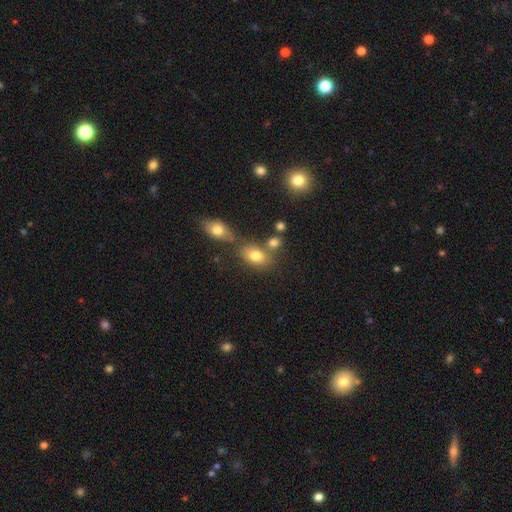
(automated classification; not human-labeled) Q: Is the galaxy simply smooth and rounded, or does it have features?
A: smooth — 78%.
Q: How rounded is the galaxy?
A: in between — 81%.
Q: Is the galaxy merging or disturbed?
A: none — 55%.